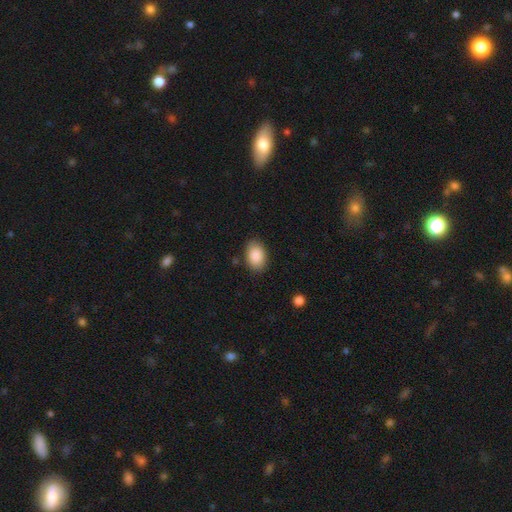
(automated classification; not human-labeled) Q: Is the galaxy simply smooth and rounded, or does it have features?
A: smooth — 89%.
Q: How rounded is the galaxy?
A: in between — 86%.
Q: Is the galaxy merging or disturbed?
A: none — 86%.